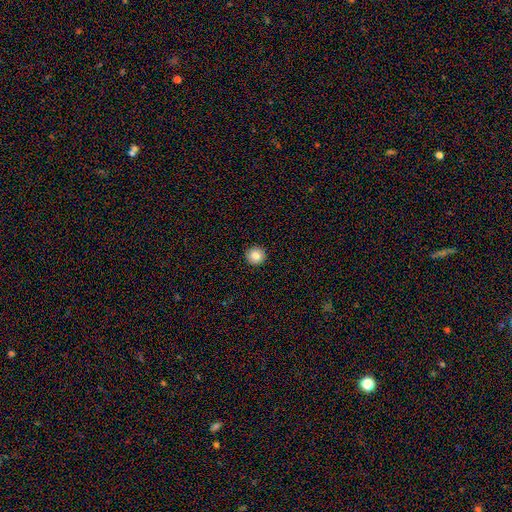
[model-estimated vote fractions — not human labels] Smooth or featured? smooth (83%)
How rounded? round (95%)
Merging? none (94%)